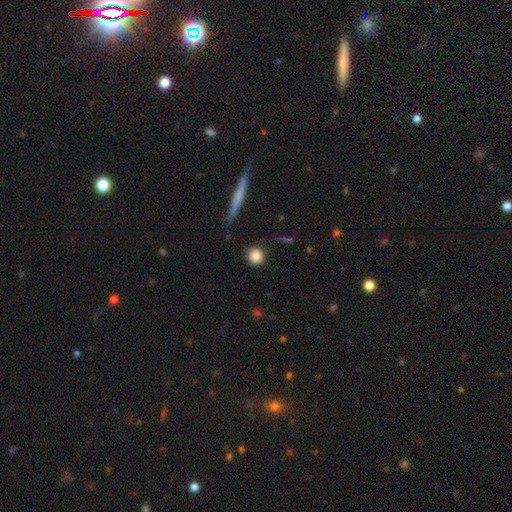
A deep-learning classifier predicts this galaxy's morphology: type=smooth (86%); roundness=round (91%); merging=none (86%).